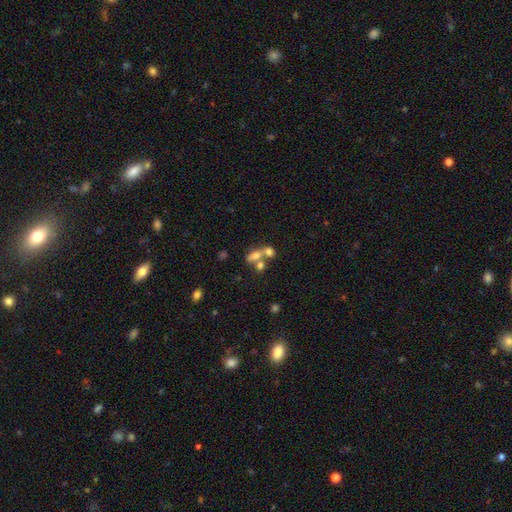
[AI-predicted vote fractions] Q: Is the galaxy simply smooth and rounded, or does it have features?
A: smooth — 58%.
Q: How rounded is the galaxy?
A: in between — 63%.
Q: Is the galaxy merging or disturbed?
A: merger — 56%.